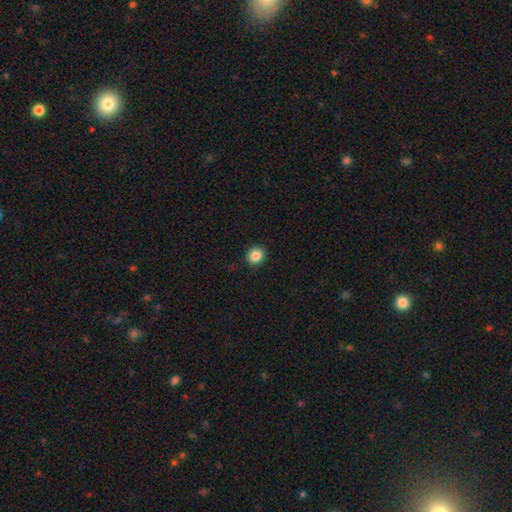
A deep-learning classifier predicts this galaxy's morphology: This is clearly a smooth galaxy (86%). How rounded: likely round (79%). Merging: clearly none (92%).